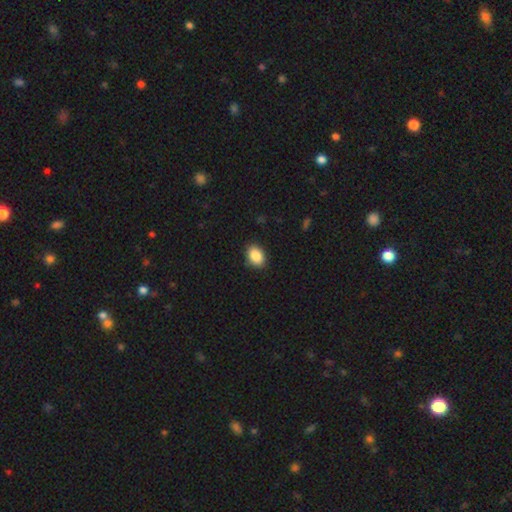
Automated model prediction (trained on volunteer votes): This appears to be a smooth galaxy with no disk features (89%) that is in between round and cigar-shaped (81%). Merging: none (88%).